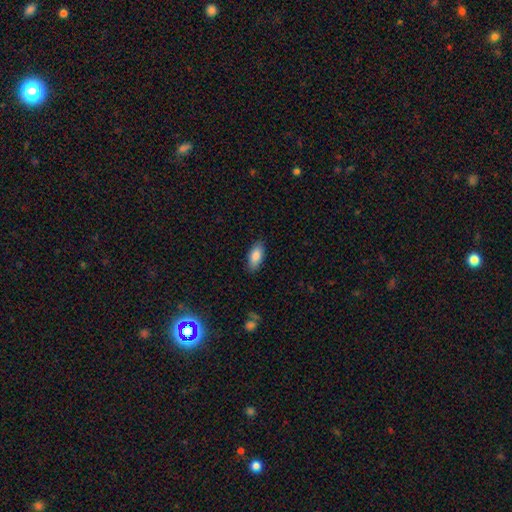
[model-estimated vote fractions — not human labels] A smooth galaxy with no disk features (86%) that is in between round and cigar-shaped (88%). Merging: none (87%).